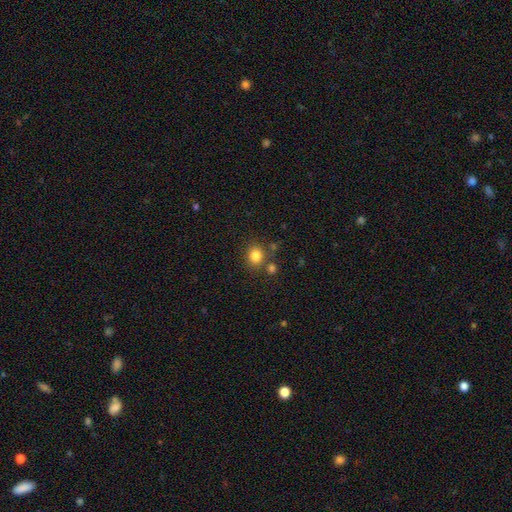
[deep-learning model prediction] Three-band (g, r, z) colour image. It shows a smooth galaxy with no disk features (82%) that is round (74%). Merging: none (74%).